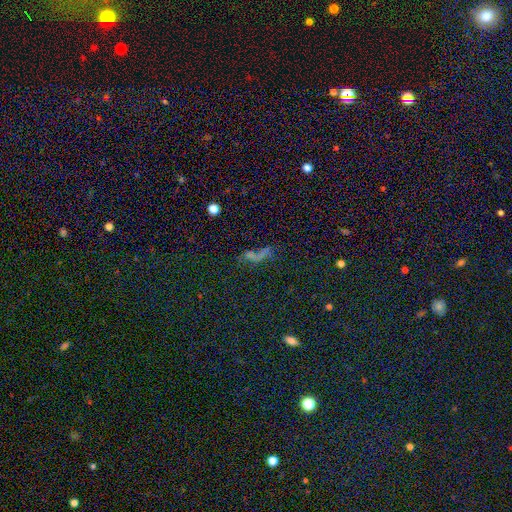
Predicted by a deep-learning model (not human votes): Smooth or featured?
  - star or artifact: 41% *
  - smooth: 39%
  - featured or disk: 20%